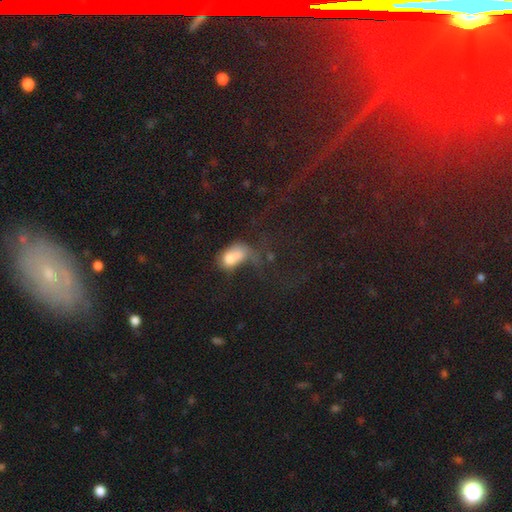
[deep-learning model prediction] Overall: star or artifact (41%; smooth 34%).